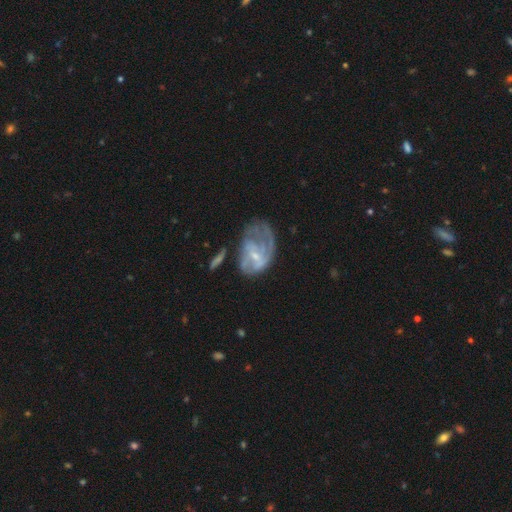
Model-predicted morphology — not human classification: smooth-or-featured: featured or disk: 72% | smooth: 21% | star or artifact: 7%
  disk-edge-on: no: 97% | yes: 3%
    bar: weak: 45% | no: 44% | strong: 11%
    has-spiral-arms: yes: 73% | no: 27%
      spiral-winding: medium: 39% | tight: 35% | loose: 26%
      spiral-arm-count: can't tell: 39% | 2: 28% | 1: 14% | 3: 12% | 4: 4% | more than 4: 3%
    bulge-size: small: 62% | moderate: 25% | none: 10% | large: 2% | dominant: 1%
  merging: major disturbance: 38% | none: 31% | minor disturbance: 24% | merger: 7%